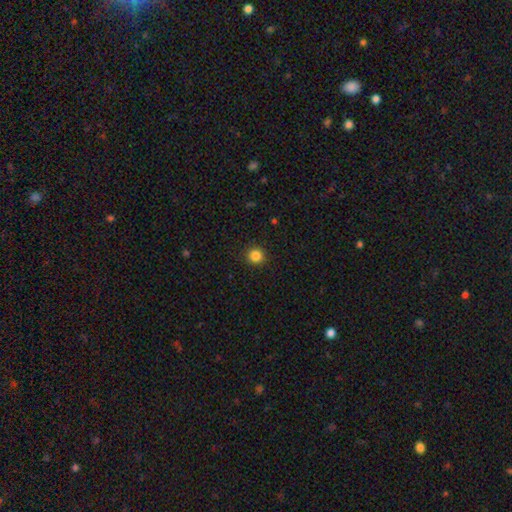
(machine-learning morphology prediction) type=smooth (85%); roundness=round (93%); merging=none (92%).